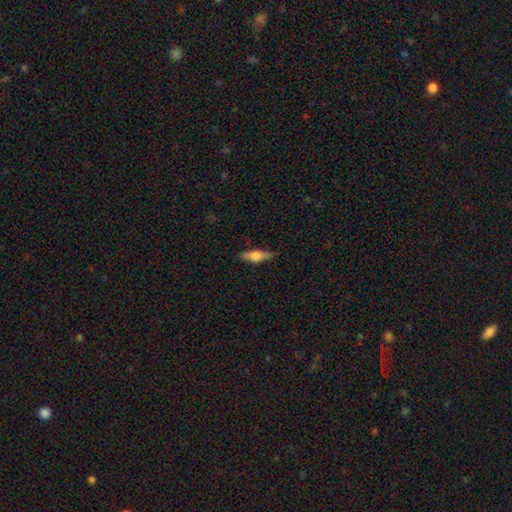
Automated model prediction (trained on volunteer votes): Q: Smooth or featured?
A: smooth (51%); runner-up: featured or disk (43%)
Q: How rounded?
A: cigar-shaped (63%); runner-up: in between (34%)
Q: Merging?
A: none (86%); runner-up: minor disturbance (10%)